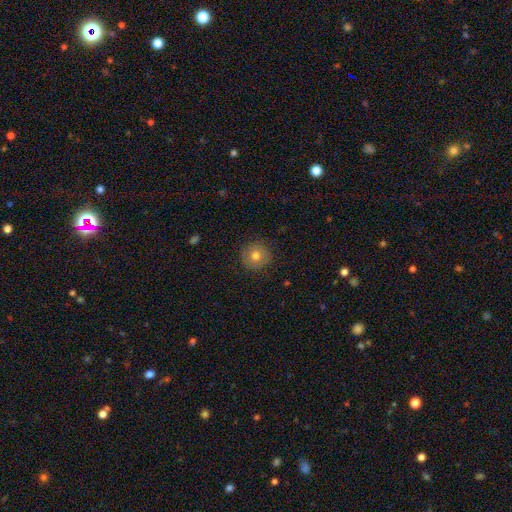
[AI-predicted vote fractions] Smooth or featured? smooth (74%)
How rounded? round (94%)
Merging? none (87%)